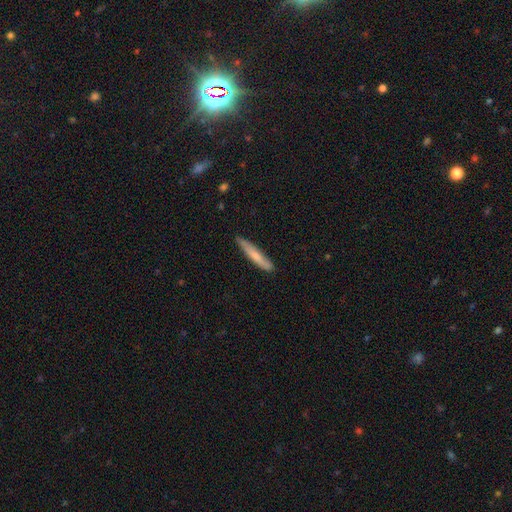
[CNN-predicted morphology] A smooth galaxy with no disk features (68%) that is cigar-shaped (94%).

Vote fractions:
- Smooth or featured? smooth: 68% / featured or disk: 27% / star or artifact: 5%
- How rounded? cigar-shaped: 94% / in between: 5% / round: 1%
- Merging? none: 82% / minor disturbance: 14% / major disturbance: 2% / merger: 1%